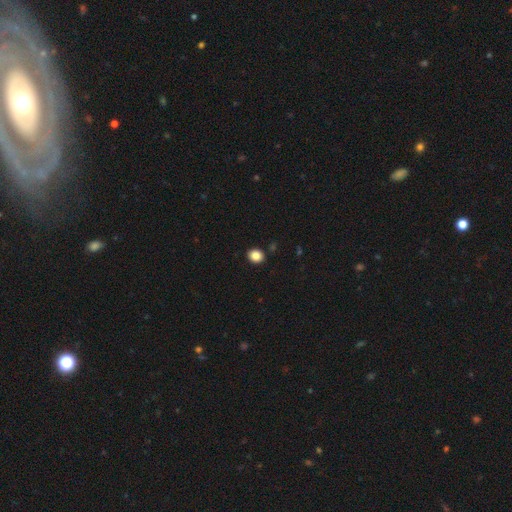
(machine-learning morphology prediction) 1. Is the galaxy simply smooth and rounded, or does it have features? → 87% smooth, 10% star or artifact, 4% featured or disk.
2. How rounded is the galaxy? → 66% round, 33% in between, 1% cigar-shaped.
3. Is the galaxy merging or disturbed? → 91% none, 6% minor disturbance, 2% major disturbance, 2% merger.